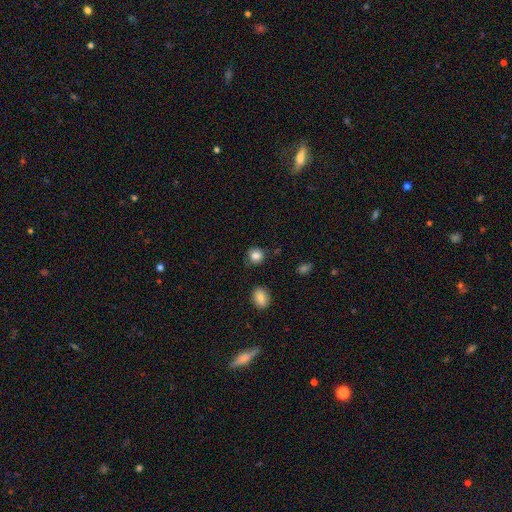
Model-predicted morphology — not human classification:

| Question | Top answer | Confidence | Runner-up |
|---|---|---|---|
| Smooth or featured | smooth | 83% | star or artifact (10%) |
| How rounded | round | 85% | in between (14%) |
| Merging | none | 77% | minor disturbance (17%) |